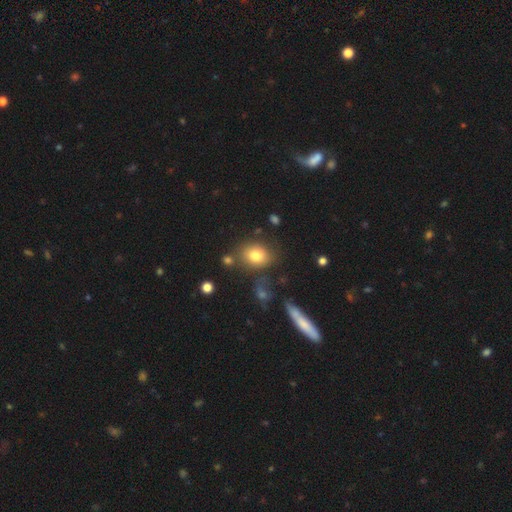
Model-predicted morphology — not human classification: Overall: smooth (78%). How rounded: in between (51%; round 47%). Merging: none (69%).